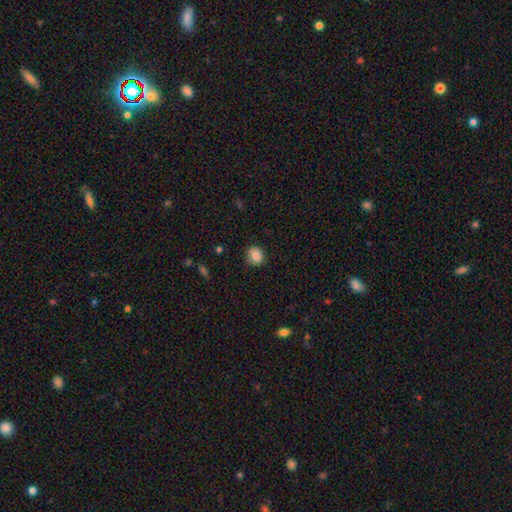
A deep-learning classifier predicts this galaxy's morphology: Overall: smooth (82%). How rounded: round (82%). Merging: none (85%).